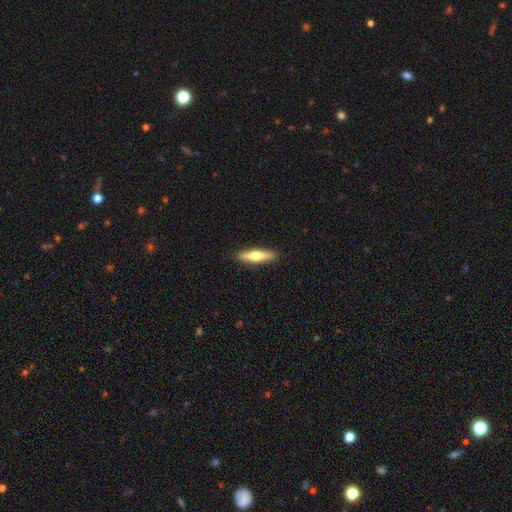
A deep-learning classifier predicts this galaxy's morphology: smooth_or_featured: smooth (p=0.49) [alt: featured or disk p=0.46]
merging: none (p=0.90) [alt: minor disturbance p=0.07]